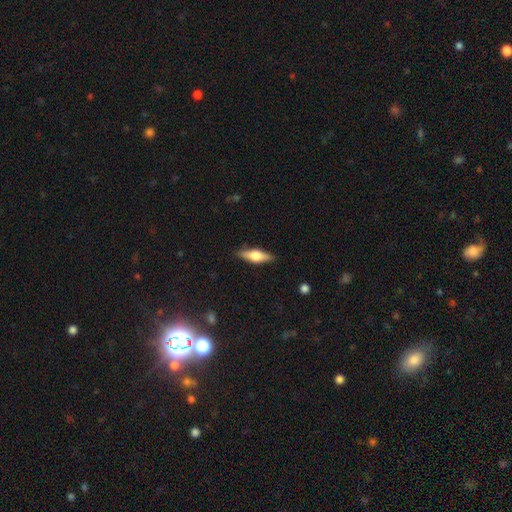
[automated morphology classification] Smooth or featured: featured or disk — 55% (smooth — 39%)
Edge-on disk: yes — 94% (no — 6%)
Edge-on bulge: rounded — 91% (boxy — 7%)
Merging: none — 88% (minor disturbance — 9%)